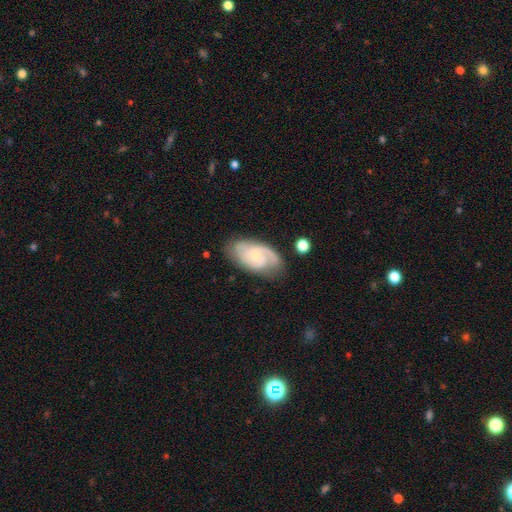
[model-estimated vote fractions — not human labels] smooth-or-featured: featured or disk: 76% | smooth: 18% | star or artifact: 6%
  disk-edge-on: no: 96% | yes: 4%
    bar: no: 65% | weak: 31% | strong: 4%
    has-spiral-arms: yes: 95% | no: 5%
      spiral-winding: tight: 48% | medium: 41% | loose: 12%
      spiral-arm-count: 2: 53% | can't tell: 18% | 1: 16% | 3: 10% | 4: 2% | more than 4: 2%
    bulge-size: small: 66% | moderate: 25% | none: 6% | large: 2% | dominant: 1%
  merging: none: 72% | minor disturbance: 19% | major disturbance: 7% | merger: 2%